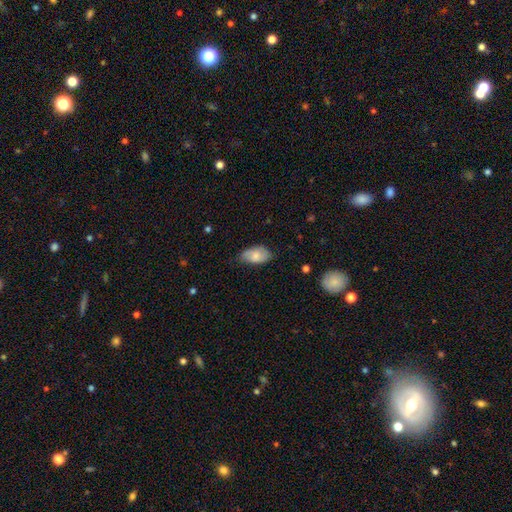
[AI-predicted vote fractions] Smooth or featured: smooth — 75% (featured or disk — 18%)
How rounded: in between — 94% (round — 4%)
Merging: none — 63% (minor disturbance — 30%)